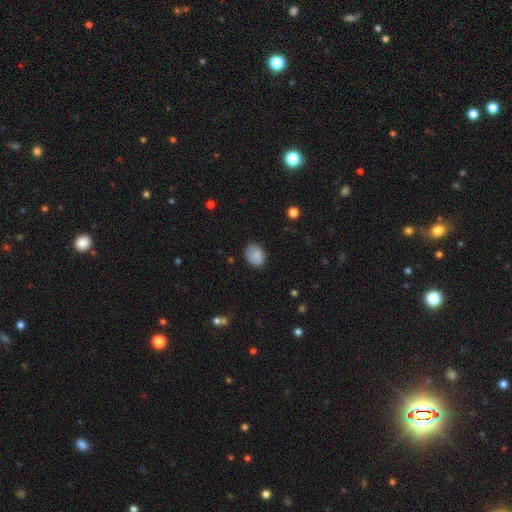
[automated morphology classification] type=smooth (87%); roundness=in between (61%); merging=none (79%).